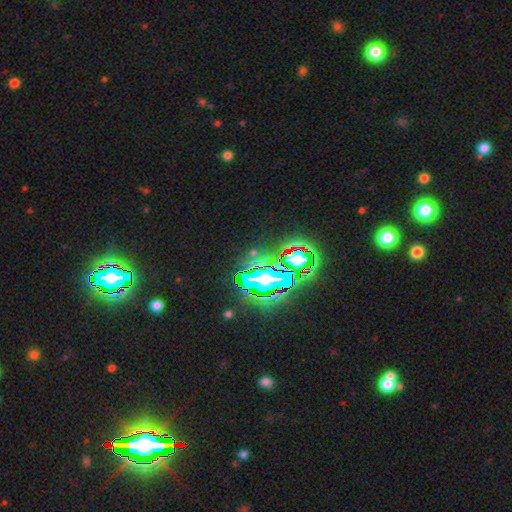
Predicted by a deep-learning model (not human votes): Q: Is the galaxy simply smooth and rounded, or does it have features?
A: star or artifact — 76%.